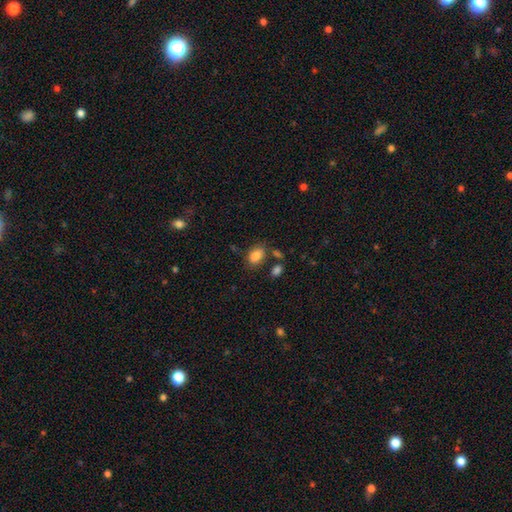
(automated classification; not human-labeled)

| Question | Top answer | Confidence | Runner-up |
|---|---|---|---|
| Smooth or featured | smooth | 85% | star or artifact (9%) |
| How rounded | in between | 79% | round (19%) |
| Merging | none | 73% | minor disturbance (14%) |